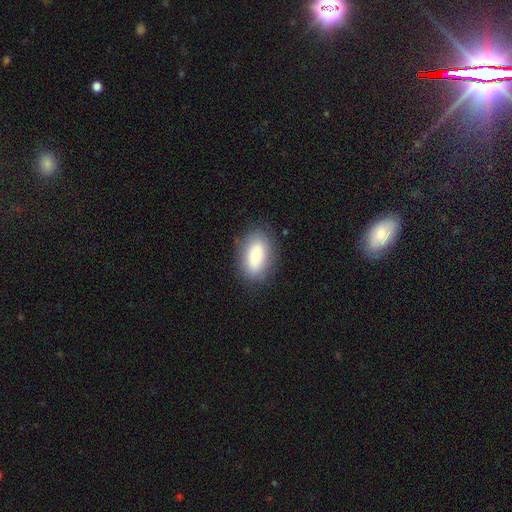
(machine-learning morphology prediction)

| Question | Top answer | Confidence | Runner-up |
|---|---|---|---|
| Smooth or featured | smooth | 79% | featured or disk (14%) |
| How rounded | in between | 89% | round (9%) |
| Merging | none | 82% | minor disturbance (13%) |